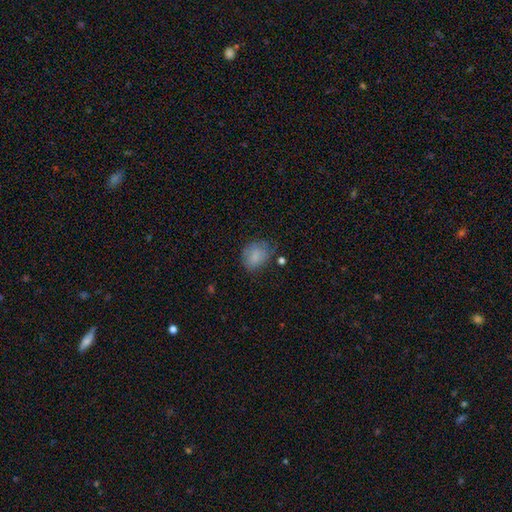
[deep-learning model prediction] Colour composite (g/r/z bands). It shows a smooth galaxy with no disk features (80%) that is in between round and cigar-shaped (61%). Merging: none (58%).